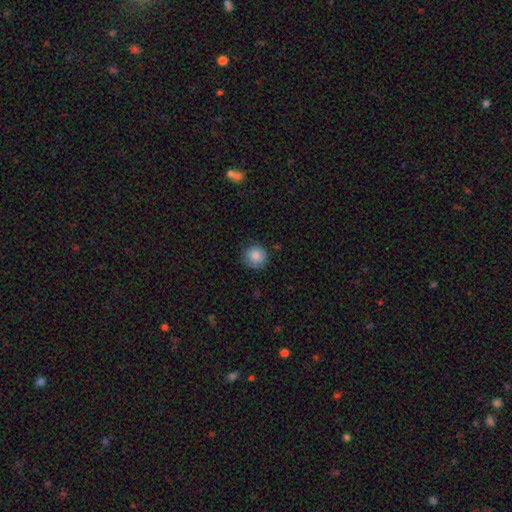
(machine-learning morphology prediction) The model was most divided on "merging": none: 84%, minor disturbance: 12%, major disturbance: 3%, merger: 1%. More confident: how rounded — round (93%); smooth or featured — smooth (86%).